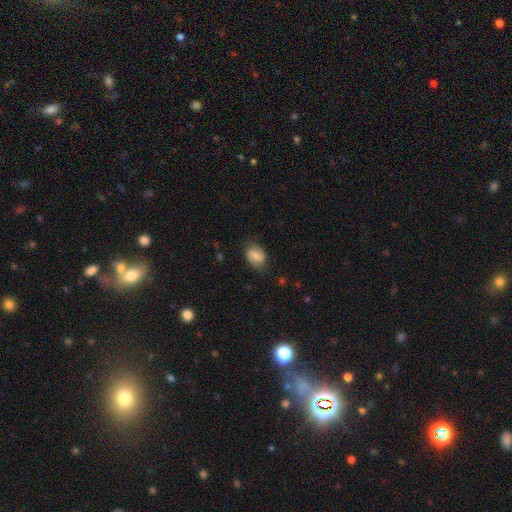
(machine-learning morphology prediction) smooth-or-featured: smooth: 59% | featured or disk: 33% | star or artifact: 8%
  how-rounded: in between: 70% | round: 29% | cigar-shaped: 1%
  merging: none: 72% | minor disturbance: 20% | major disturbance: 6% | merger: 1%